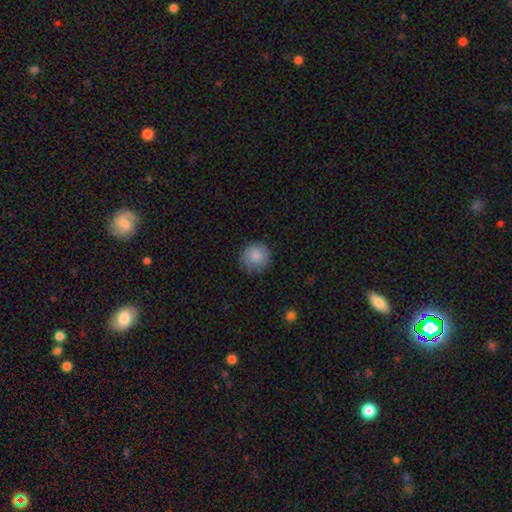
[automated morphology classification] smooth_or_featured: smooth (p=0.84) [alt: featured or disk p=0.09]
how_rounded: round (p=0.93) [alt: in between p=0.06]
merging: none (p=0.85) [alt: minor disturbance p=0.12]